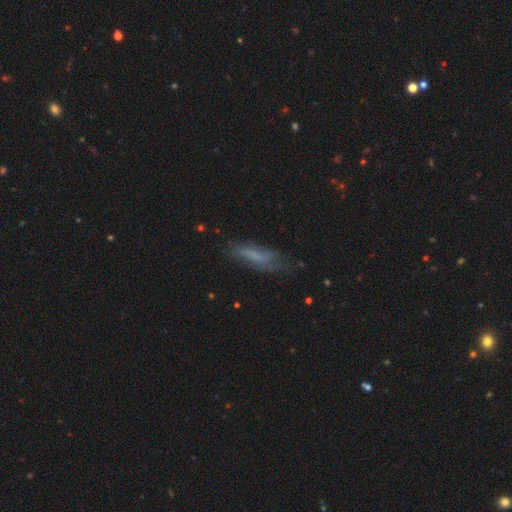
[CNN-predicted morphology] Smooth or featured? Predicted: smooth (p=0.58). How rounded? Predicted: cigar-shaped (p=0.65). Merging? Predicted: none (p=0.64).